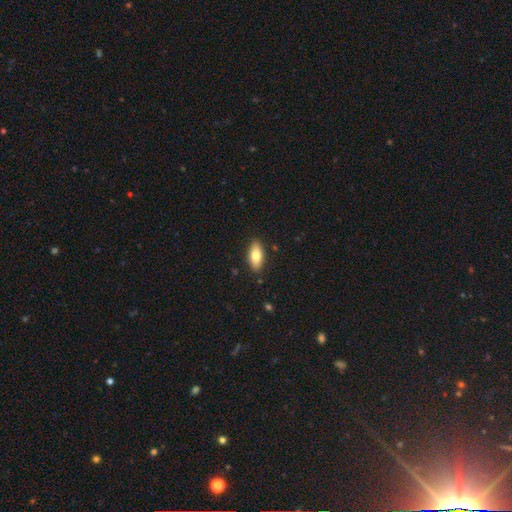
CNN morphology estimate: This appears to be a smooth galaxy with no disk features (74%) that is in between round and cigar-shaped (84%). Merging: none (88%).